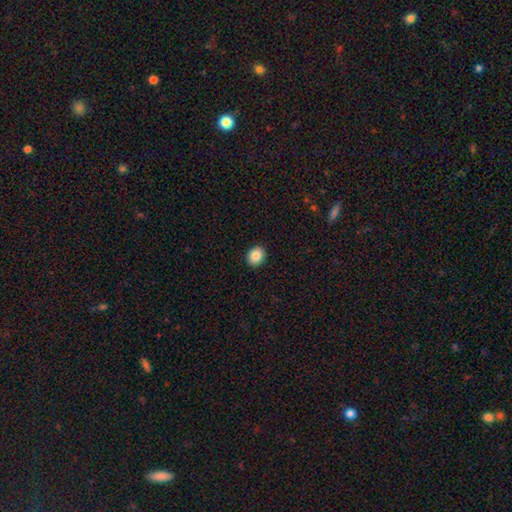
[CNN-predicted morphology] smooth 86%, star or artifact 9%, featured or disk 5%. Down the decision tree: how rounded — round (61%); merging — none (92%).